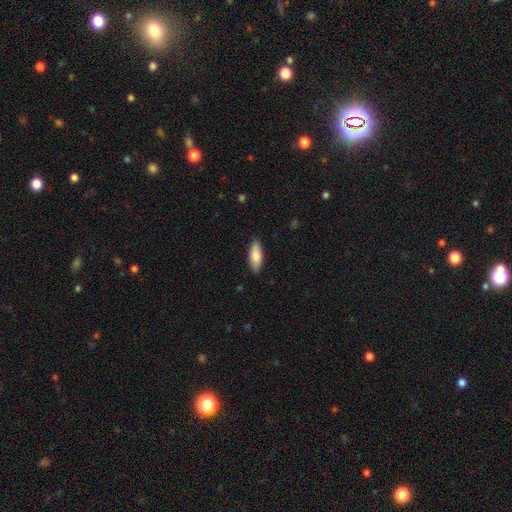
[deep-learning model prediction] smooth_or_featured: smooth (p=0.85) [alt: featured or disk p=0.10]
how_rounded: in between (p=0.76) [alt: cigar-shaped p=0.22]
merging: none (p=0.87) [alt: minor disturbance p=0.10]